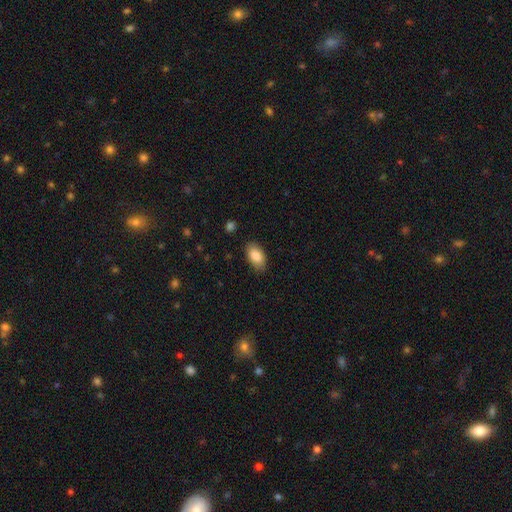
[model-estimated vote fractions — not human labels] Overall: smooth (87%). How rounded: in between (93%). Merging: none (85%).